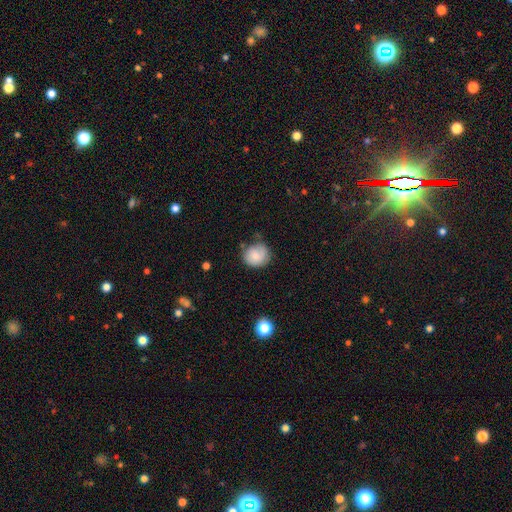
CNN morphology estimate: This is likely a smooth galaxy (70%). How rounded: likely round (75%). Merging: likely none (61%).